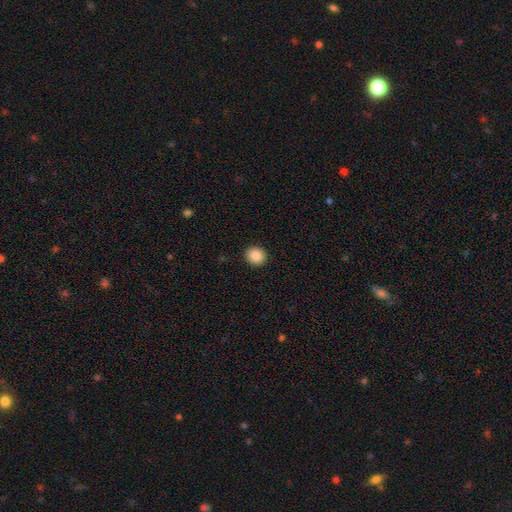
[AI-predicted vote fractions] Smooth or featured? Predicted: smooth (p=0.88). How rounded? Predicted: round (p=0.85). Merging? Predicted: none (p=0.92).